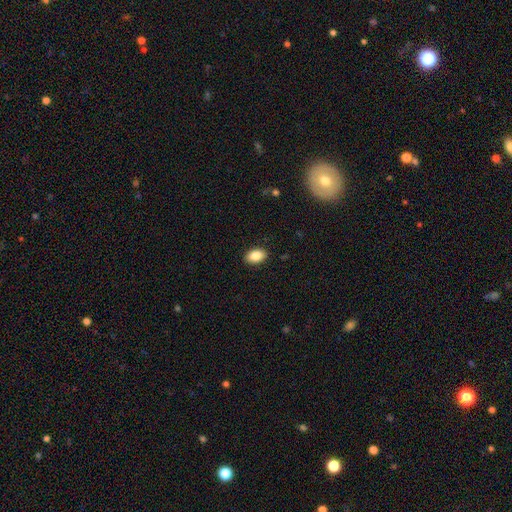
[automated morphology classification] Smooth or featured? Predicted: smooth (p=0.86). How rounded? Predicted: in between (p=0.89). Merging? Predicted: none (p=0.90).